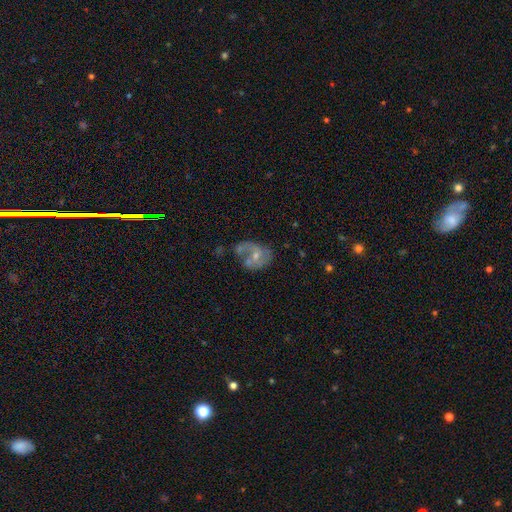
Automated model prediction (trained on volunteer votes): A featured or disk galaxy (65%) with no bar (63%), spiral arms (70%) and a small central bulge (49%). Merging: none (32%).